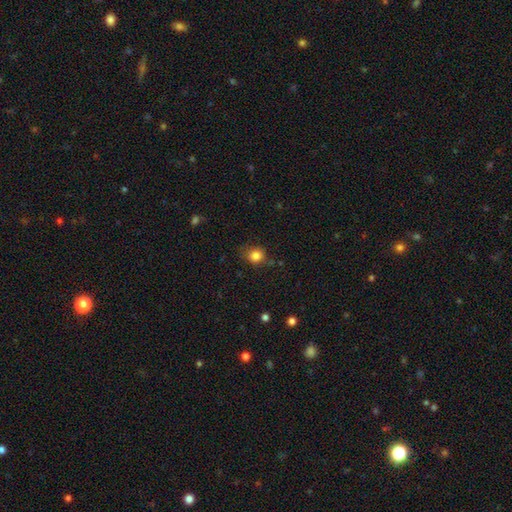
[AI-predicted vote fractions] Smooth or featured?
  - smooth: 83% *
  - star or artifact: 11%
  - featured or disk: 6%
How rounded?
  - round: 77% *
  - in between: 22%
  - cigar-shaped: 1%
Merging?
  - none: 73% *
  - minor disturbance: 19%
  - major disturbance: 5%
  - merger: 3%